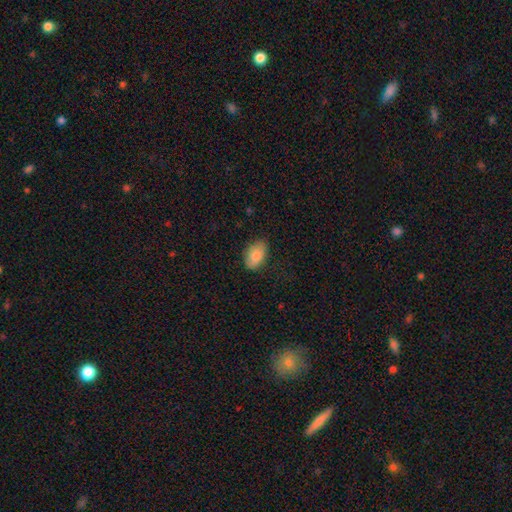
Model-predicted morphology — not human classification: smooth-or-featured: smooth: 85% | featured or disk: 9% | star or artifact: 7%
  how-rounded: in between: 92% | round: 7% | cigar-shaped: 2%
  merging: none: 78% | minor disturbance: 17% | major disturbance: 4% | merger: 1%